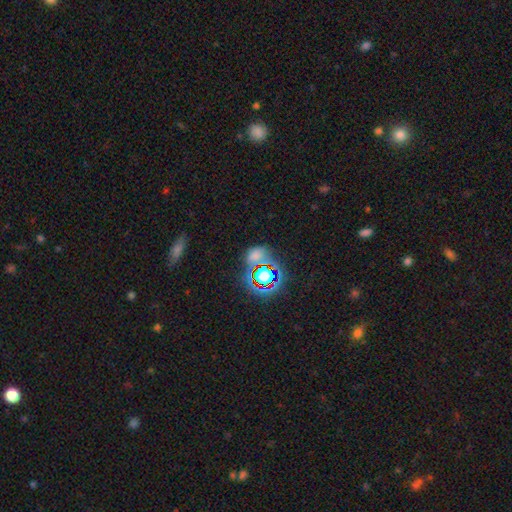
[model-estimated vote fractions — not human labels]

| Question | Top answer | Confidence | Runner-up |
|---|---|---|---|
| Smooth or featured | star or artifact | 48% | smooth (41%) |